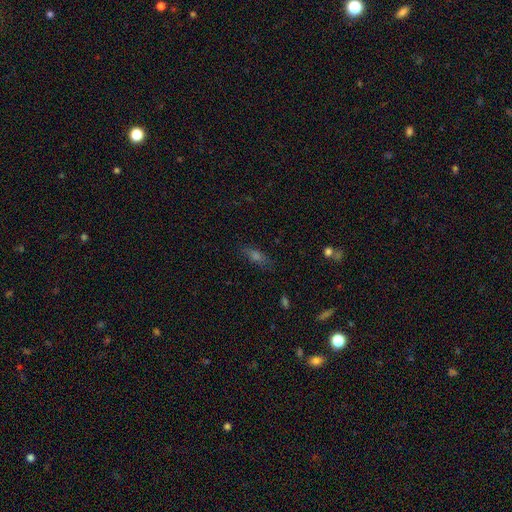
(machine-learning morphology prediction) Smooth or featured? Predicted: smooth (p=0.49). Merging? Predicted: none (p=0.82).